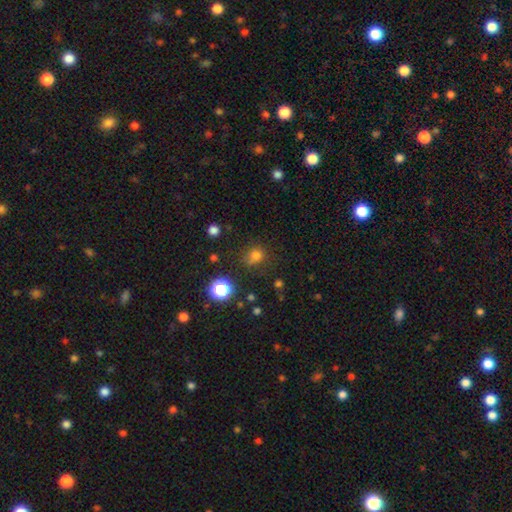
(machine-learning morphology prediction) Smooth or featured? Predicted: smooth (p=0.72). How rounded? Predicted: round (p=0.79). Merging? Predicted: none (p=0.68).